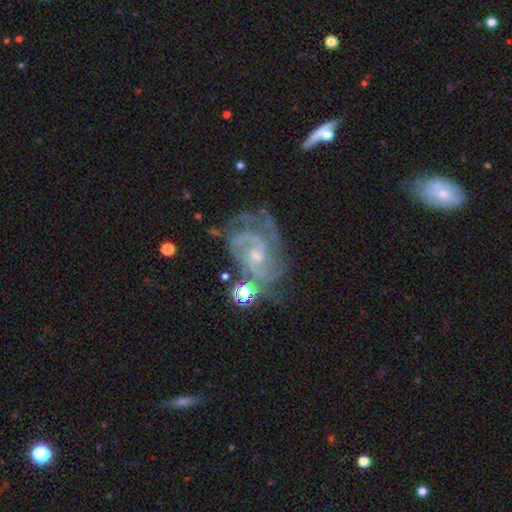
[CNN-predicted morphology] featured or disk 88%, star or artifact 7%, smooth 4%. Down the decision tree: edge-on disk — no (98%); bar — no (60%); spiral arms — yes (97%); spiral arm count — 2 (34%); spiral winding — tight (49%); bulge size — small (66%); merging — none (59%).